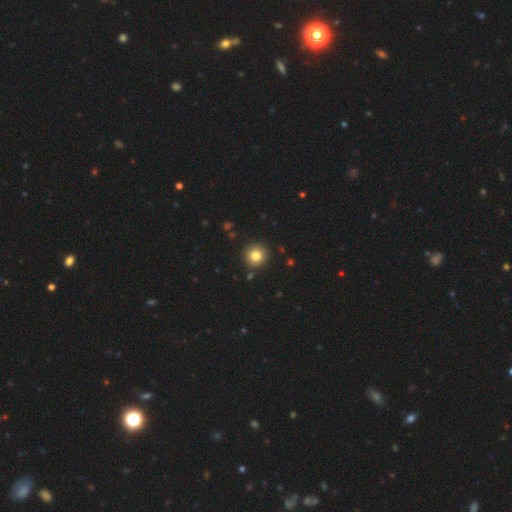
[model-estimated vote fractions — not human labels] The model was most divided on "smooth or featured": smooth: 81%, star or artifact: 11%, featured or disk: 8%. More confident: how rounded — round (95%); merging — none (92%).